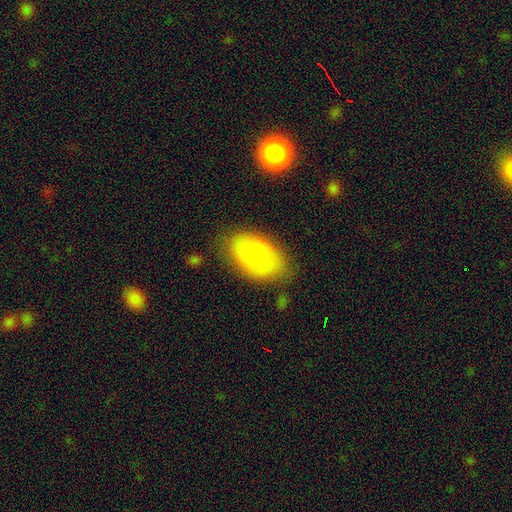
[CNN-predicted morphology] Smooth or featured? smooth (77%)
How rounded? in between (91%)
Merging? none (78%)